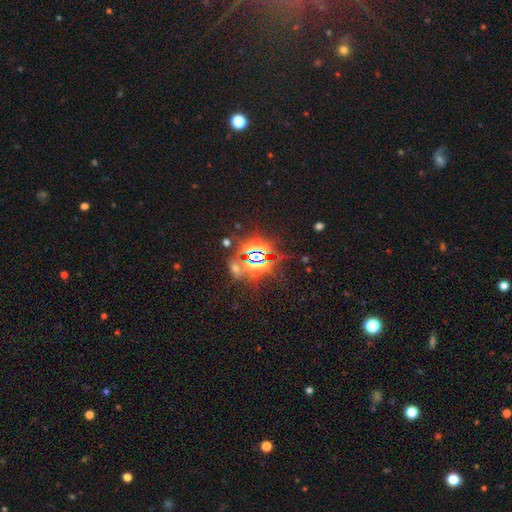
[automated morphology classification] Smooth or featured? star or artifact (81%)